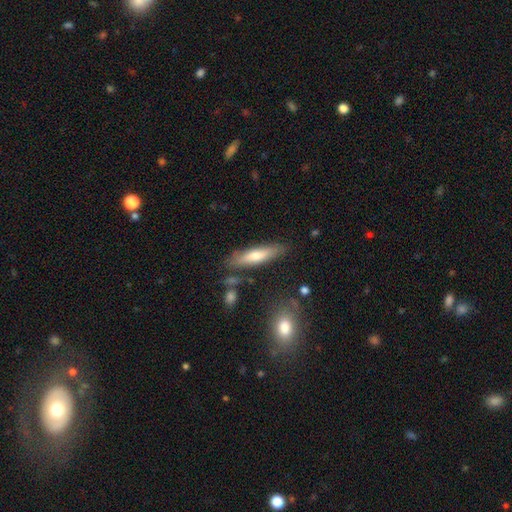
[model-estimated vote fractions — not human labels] The model was most divided on "smooth or featured": smooth: 60%, featured or disk: 33%, star or artifact: 7%. More confident: merging — none (79%); how rounded — cigar-shaped (75%).